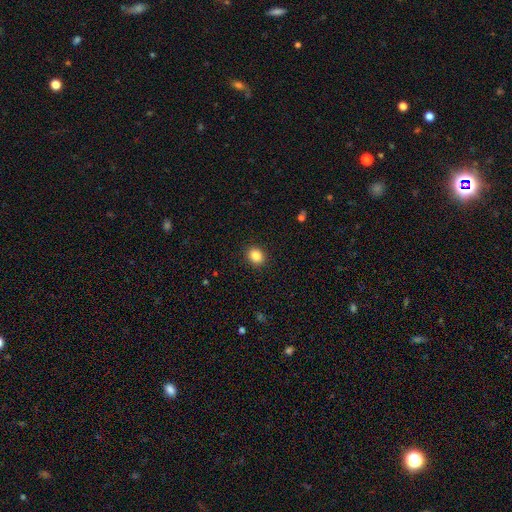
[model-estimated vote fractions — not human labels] The model was most divided on "how rounded": round: 56%, in between: 43%, cigar-shaped: 1%. More confident: merging — none (91%); smooth or featured — smooth (86%).